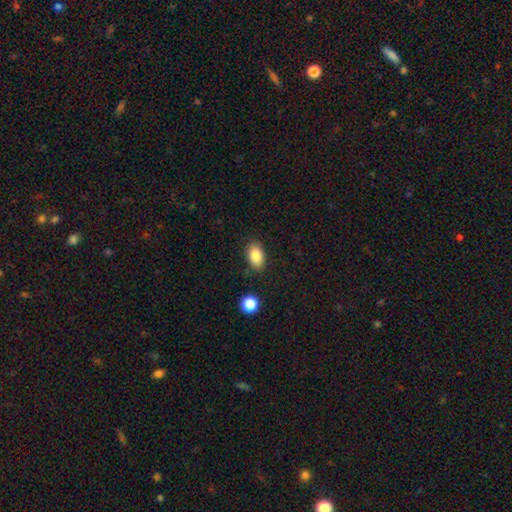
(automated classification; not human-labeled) Morphology: type=smooth (86%); roundness=in between (88%); merging=none (83%).